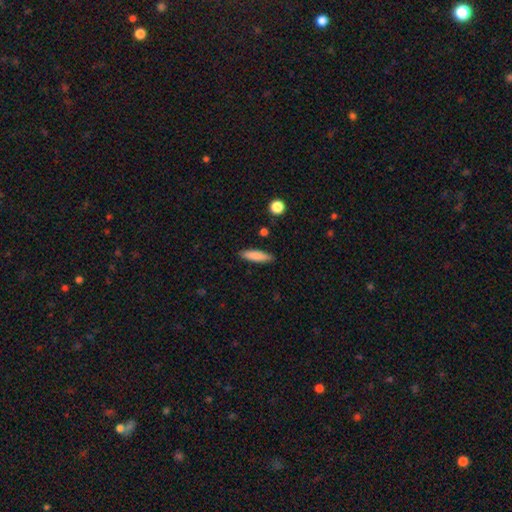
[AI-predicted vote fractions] This appears to be a smooth galaxy with no disk features (83%) that is cigar-shaped (74%). Merging: none (88%).